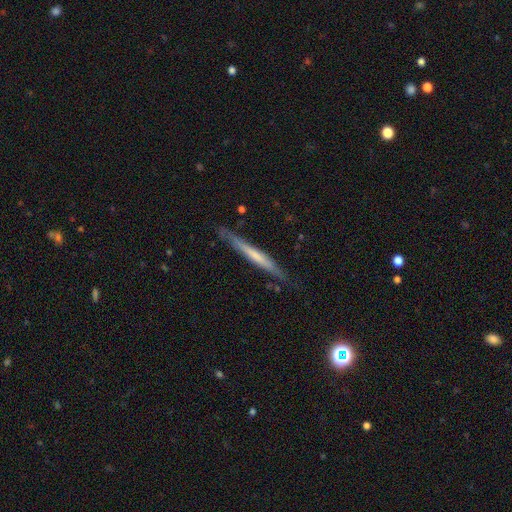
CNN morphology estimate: type=featured or disk (50%); edge-on=yes (95%); merging=none (81%).